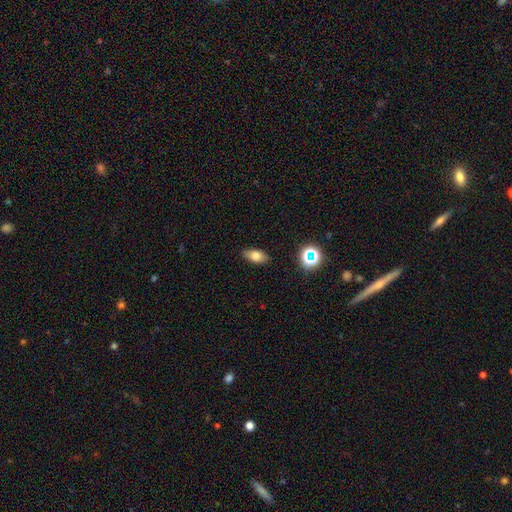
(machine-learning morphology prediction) smooth-or-featured: smooth: 75% | featured or disk: 14% | star or artifact: 12%
  how-rounded: in between: 86% | round: 8% | cigar-shaped: 6%
  merging: none: 87% | minor disturbance: 10% | major disturbance: 2% | merger: 1%